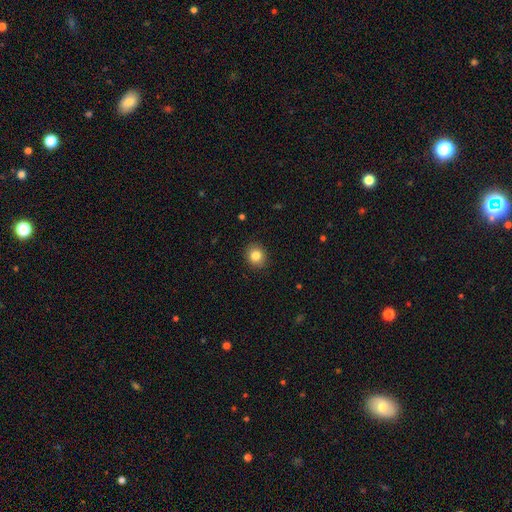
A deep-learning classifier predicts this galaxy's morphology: A smooth galaxy with no disk features (84%) that is round (78%).

Vote fractions:
- Smooth or featured? smooth: 84% / star or artifact: 10% / featured or disk: 6%
- How rounded? round: 78% / in between: 21% / cigar-shaped: 1%
- Merging? none: 91% / minor disturbance: 7% / major disturbance: 2% / merger: 1%